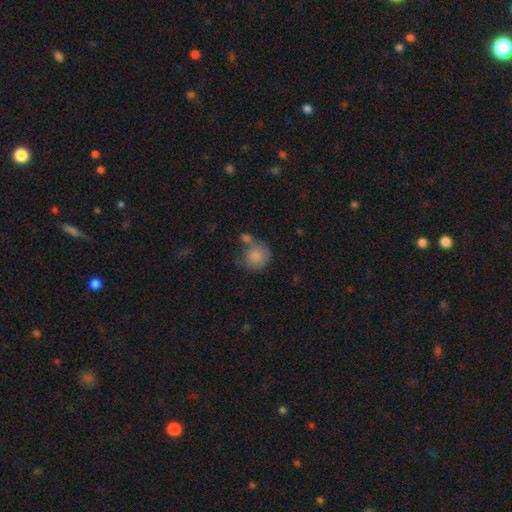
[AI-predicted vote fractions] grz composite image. It shows a smooth galaxy with no disk features (85%) that is round (84%). Merging: none (46%).